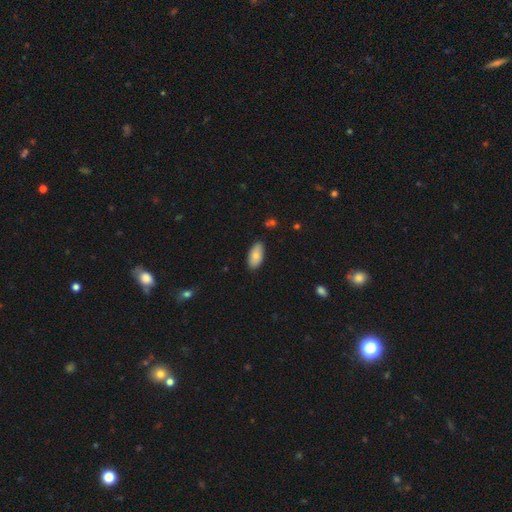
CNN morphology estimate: Smooth or featured?
  - smooth: 80% *
  - featured or disk: 14%
  - star or artifact: 6%
How rounded?
  - in between: 92% *
  - cigar-shaped: 5%
  - round: 2%
Merging?
  - none: 85% *
  - minor disturbance: 12%
  - major disturbance: 2%
  - merger: 1%